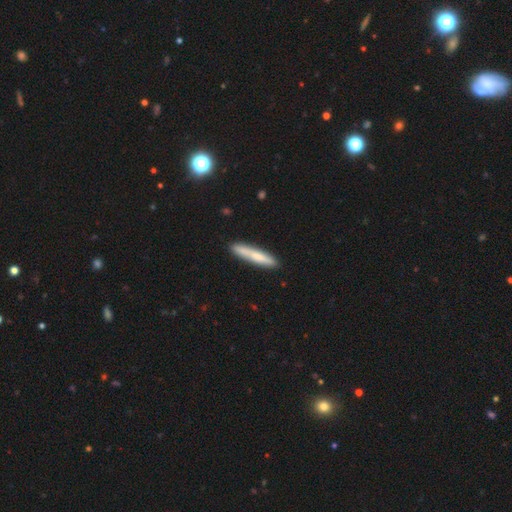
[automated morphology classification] The model was most divided on "smooth or featured": smooth: 71%, featured or disk: 23%, star or artifact: 6%. More confident: how rounded — cigar-shaped (93%); merging — none (86%).